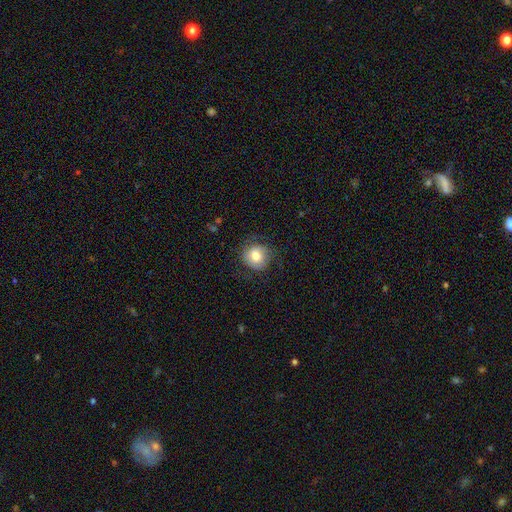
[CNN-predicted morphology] type=smooth (73%); roundness=round (84%); merging=none (71%).